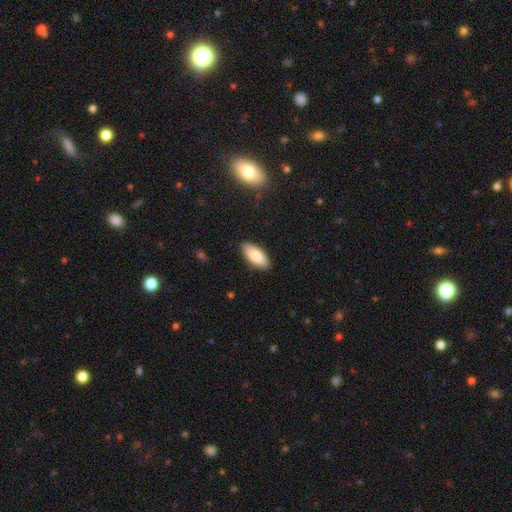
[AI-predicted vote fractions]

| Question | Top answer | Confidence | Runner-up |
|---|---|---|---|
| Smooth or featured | smooth | 84% | featured or disk (10%) |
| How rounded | in between | 85% | cigar-shaped (13%) |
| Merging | none | 88% | minor disturbance (9%) |